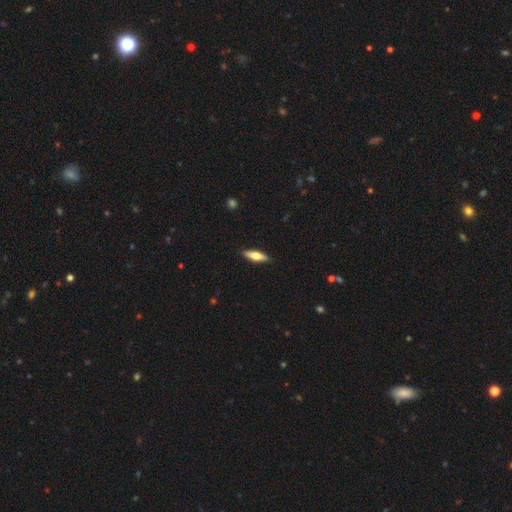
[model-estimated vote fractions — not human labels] Smooth or featured? Predicted: smooth (p=0.61). How rounded? Predicted: cigar-shaped (p=0.55). Merging? Predicted: none (p=0.89).